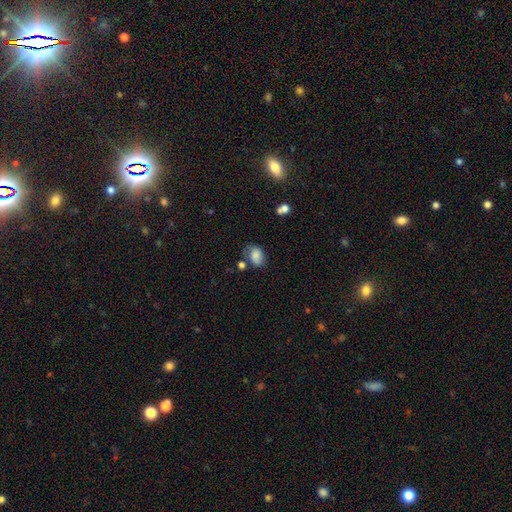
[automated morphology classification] Overall: smooth (74%). How rounded: in between (75%). Merging: none (46%; minor disturbance 30%).